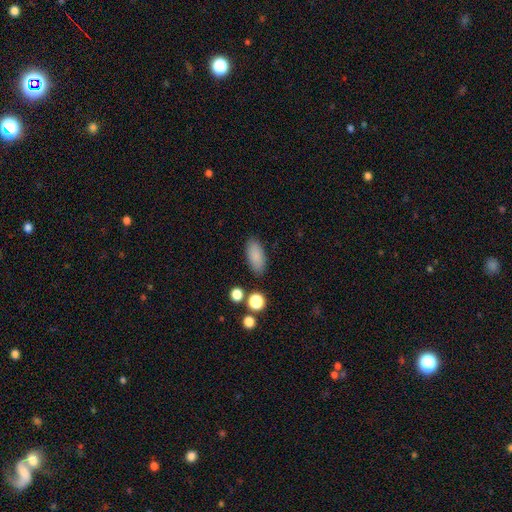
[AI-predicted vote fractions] smooth-or-featured: smooth: 86% | star or artifact: 8% | featured or disk: 6%
  how-rounded: in between: 84% | cigar-shaped: 13% | round: 3%
  merging: none: 86% | minor disturbance: 9% | major disturbance: 3% | merger: 2%